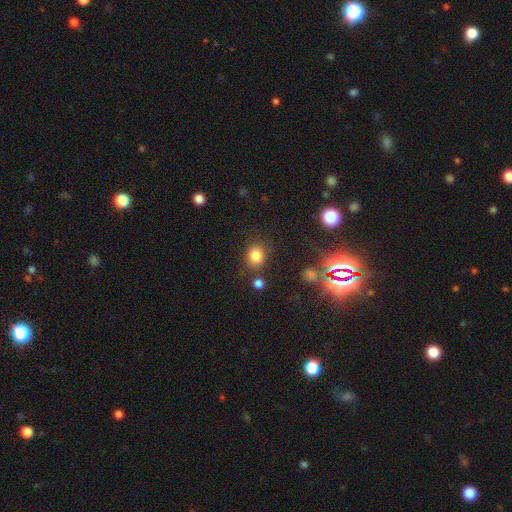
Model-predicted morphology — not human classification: smooth_or_featured: smooth (p=0.81) [alt: star or artifact p=0.13]
how_rounded: round (p=0.73) [alt: in between p=0.26]
merging: none (p=0.77) [alt: minor disturbance p=0.12]